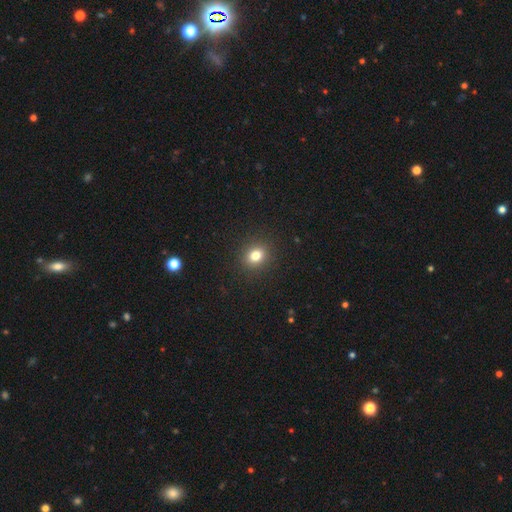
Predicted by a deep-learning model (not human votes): This is likely a smooth galaxy (80%). How rounded: likely round (71%). Merging: clearly none (90%).